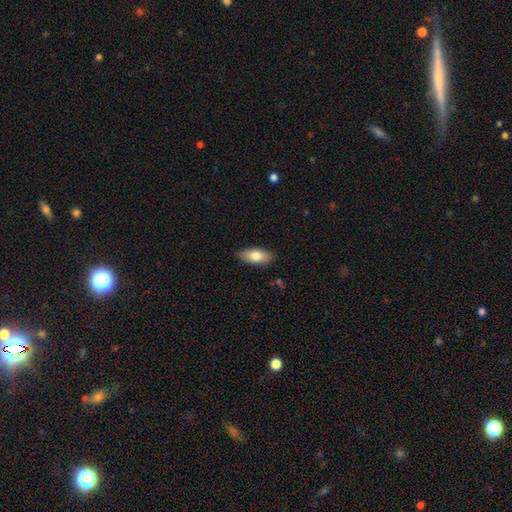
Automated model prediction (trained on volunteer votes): smooth-or-featured: smooth: 78% | featured or disk: 16% | star or artifact: 6%
  how-rounded: in between: 87% | cigar-shaped: 11% | round: 3%
  merging: none: 87% | minor disturbance: 10% | major disturbance: 2% | merger: 1%